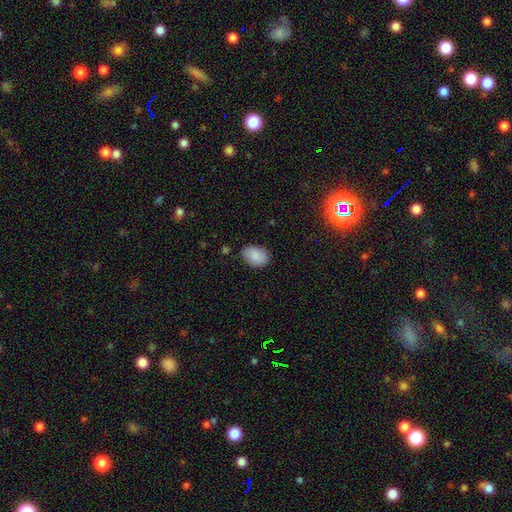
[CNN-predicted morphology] Smooth or featured: smooth — 88% (star or artifact — 7%)
How rounded: in between — 80% (round — 19%)
Merging: none — 82% (minor disturbance — 14%)